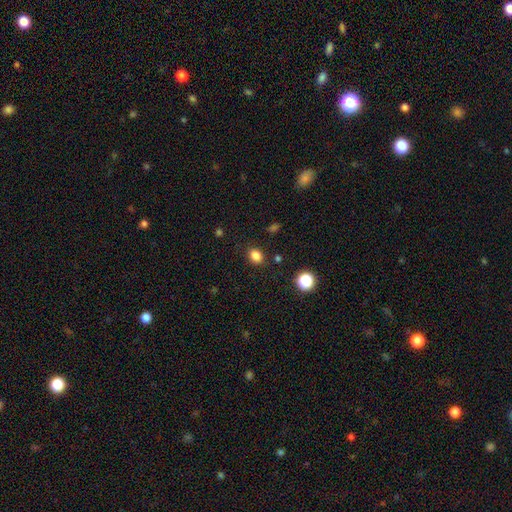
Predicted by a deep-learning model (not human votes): smooth_or_featured: smooth (p=0.84) [alt: star or artifact p=0.12]
how_rounded: in between (p=0.53) [alt: round p=0.46]
merging: none (p=0.86) [alt: minor disturbance p=0.09]